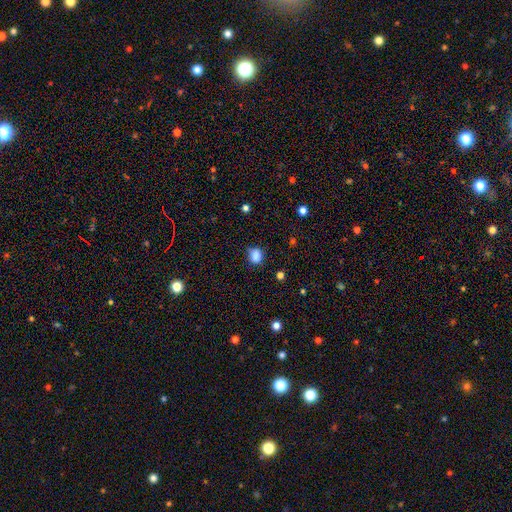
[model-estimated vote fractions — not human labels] smooth 84%, star or artifact 11%, featured or disk 5%. Down the decision tree: how rounded — round (56%); merging — none (68%).